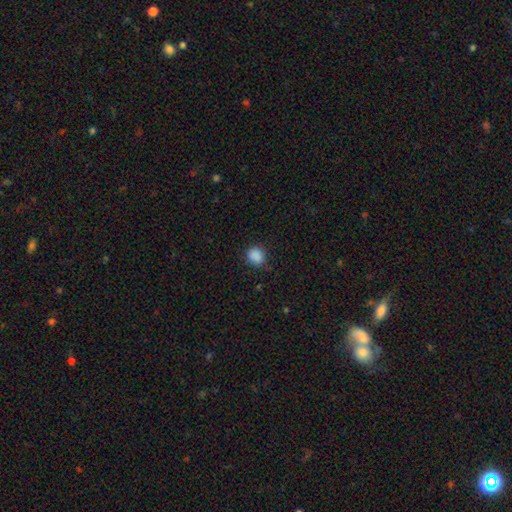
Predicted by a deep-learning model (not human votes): Overall: smooth (87%). How rounded: round (74%). Merging: none (83%).